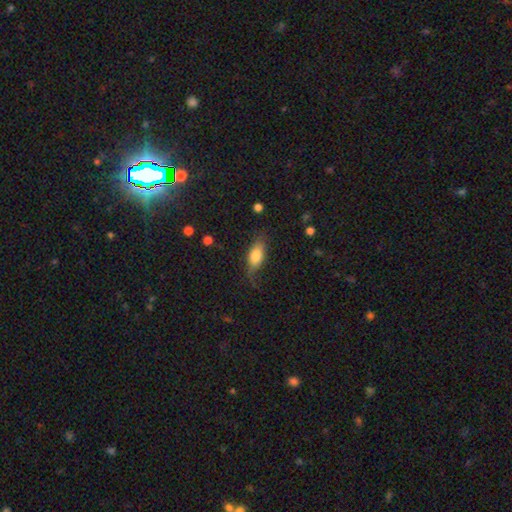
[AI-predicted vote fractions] smooth 74%, featured or disk 19%, star or artifact 7%. Down the decision tree: how rounded — in between (75%); merging — none (69%).